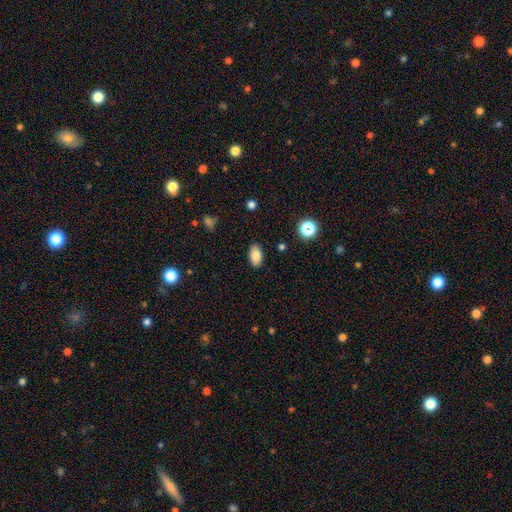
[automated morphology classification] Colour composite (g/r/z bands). It shows a smooth galaxy with no disk features (82%) that is in between round and cigar-shaped (92%). Merging: none (88%).